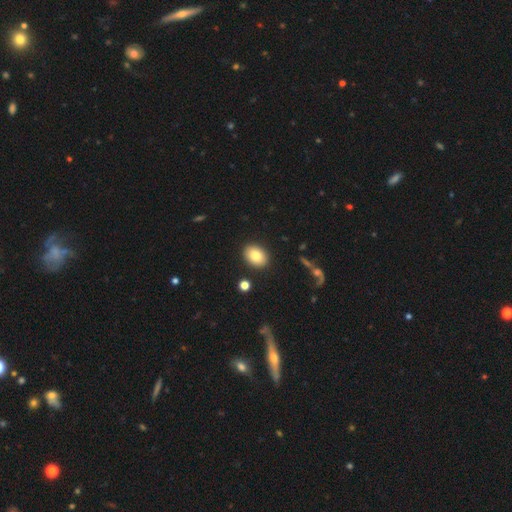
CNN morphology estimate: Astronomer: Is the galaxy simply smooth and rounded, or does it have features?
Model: smooth — 84%.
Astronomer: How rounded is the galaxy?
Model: in between — 75%.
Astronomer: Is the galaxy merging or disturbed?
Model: none — 89%.